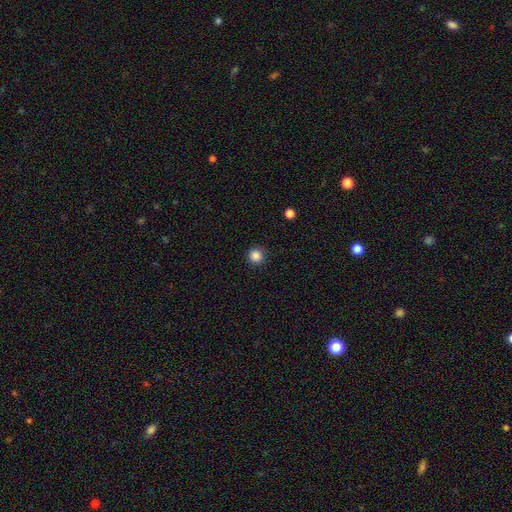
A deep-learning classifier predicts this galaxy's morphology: This is clearly a smooth galaxy (86%). How rounded: clearly round (95%). Merging: clearly none (91%).